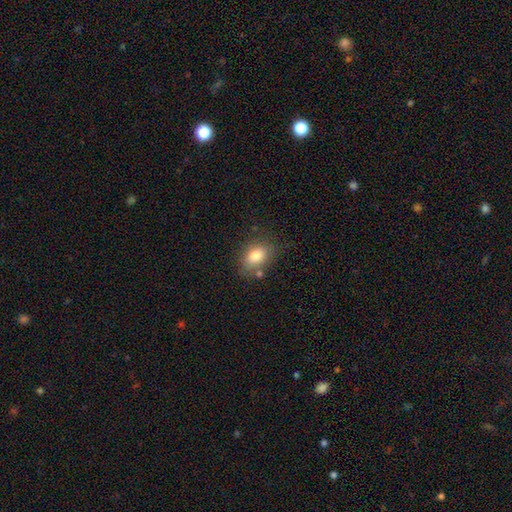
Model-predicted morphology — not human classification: Q: Smooth or featured?
A: smooth (81%); runner-up: featured or disk (10%)
Q: How rounded?
A: in between (76%); runner-up: round (23%)
Q: Merging?
A: none (69%); runner-up: minor disturbance (18%)